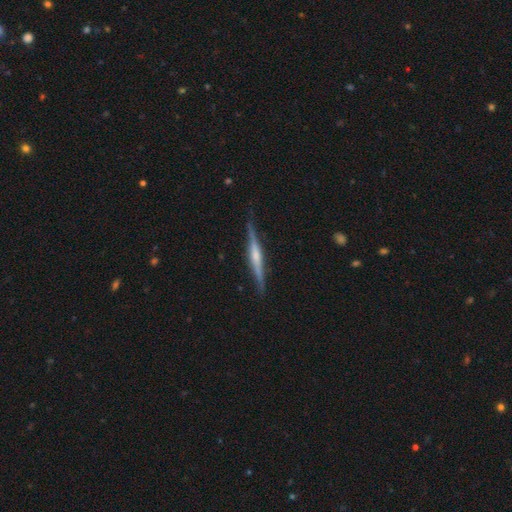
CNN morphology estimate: smooth_or_featured: featured or disk (p=0.69) [alt: smooth p=0.26]
disk_edge_on: yes (p=0.97) [alt: no p=0.03]
edge_on_bulge: rounded (p=0.56) [alt: none p=0.24]
merging: none (p=0.86) [alt: minor disturbance p=0.11]